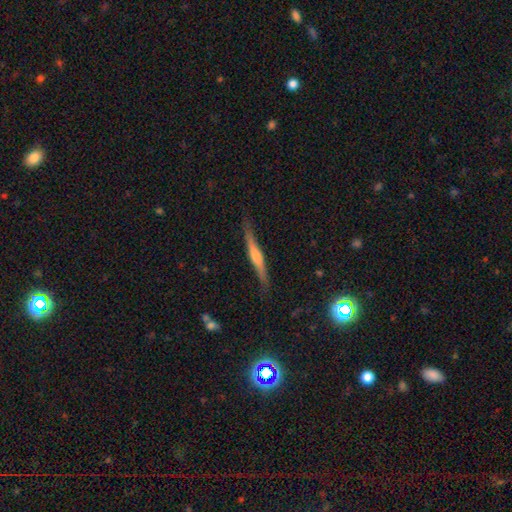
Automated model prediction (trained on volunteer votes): smooth_or_featured: featured or disk (p=0.70) [alt: smooth p=0.21]
disk_edge_on: yes (p=0.95) [alt: no p=0.05]
edge_on_bulge: rounded (p=0.68) [alt: none p=0.17]
merging: none (p=0.83) [alt: minor disturbance p=0.13]